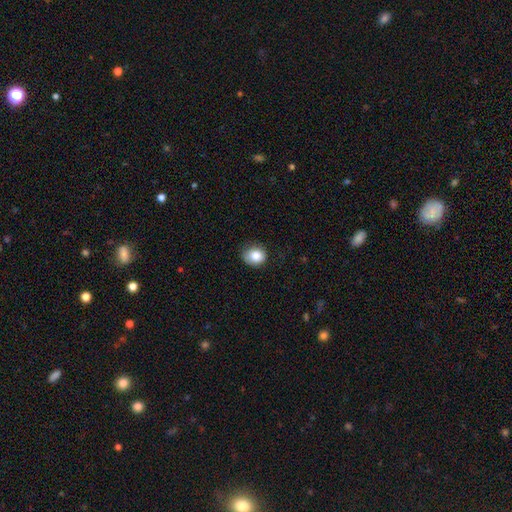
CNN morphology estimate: A smooth galaxy with no disk features (85%) that is round (72%).

Vote fractions:
- Smooth or featured? smooth: 85% / star or artifact: 9% / featured or disk: 6%
- How rounded? round: 72% / in between: 27% / cigar-shaped: 1%
- Merging? none: 72% / minor disturbance: 23% / major disturbance: 4% / merger: 1%